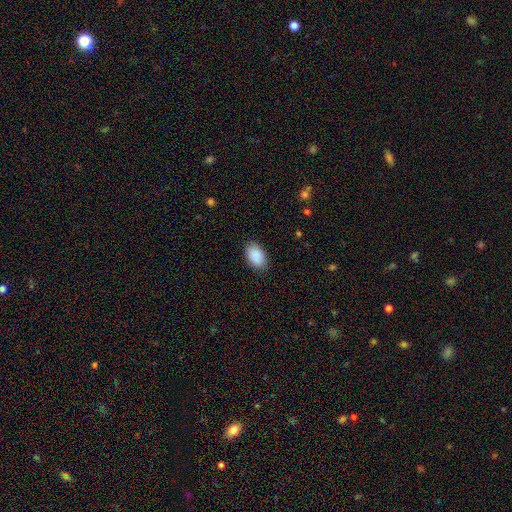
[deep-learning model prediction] Smooth or featured? Predicted: smooth (p=0.89). How rounded? Predicted: in between (p=0.92). Merging? Predicted: none (p=0.84).